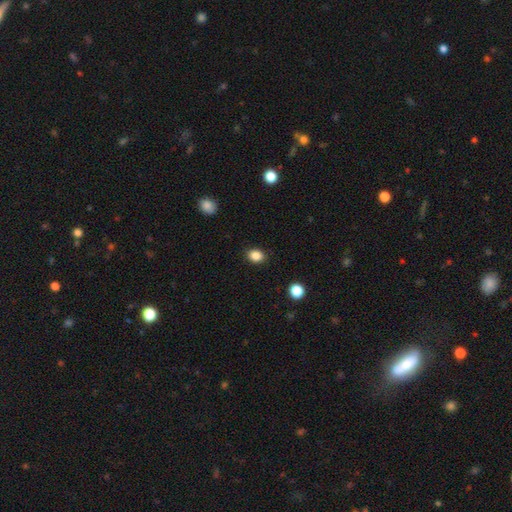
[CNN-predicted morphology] Smooth or featured: smooth — 86% (star or artifact — 11%)
How rounded: round — 52% (in between — 47%)
Merging: none — 89% (minor disturbance — 8%)